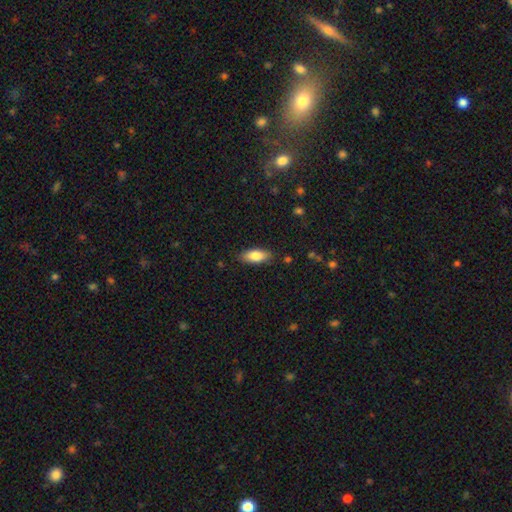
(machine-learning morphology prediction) The model was most divided on "how rounded": in between: 82%, cigar-shaped: 16%, round: 2%. More confident: merging — none (86%); smooth or featured — smooth (81%).